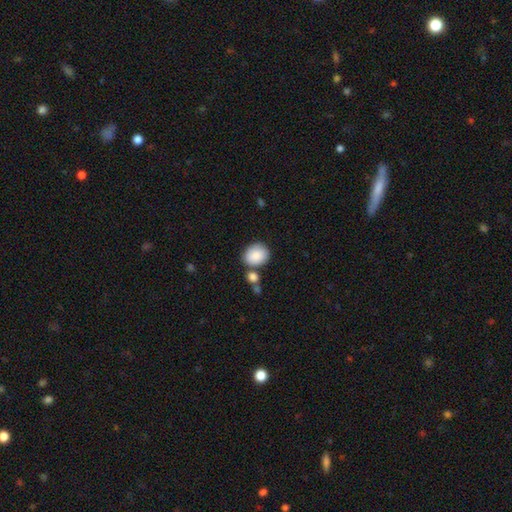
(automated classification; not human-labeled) Smooth or featured? Predicted: smooth (p=0.87). How rounded? Predicted: round (p=0.57). Merging? Predicted: none (p=0.65).